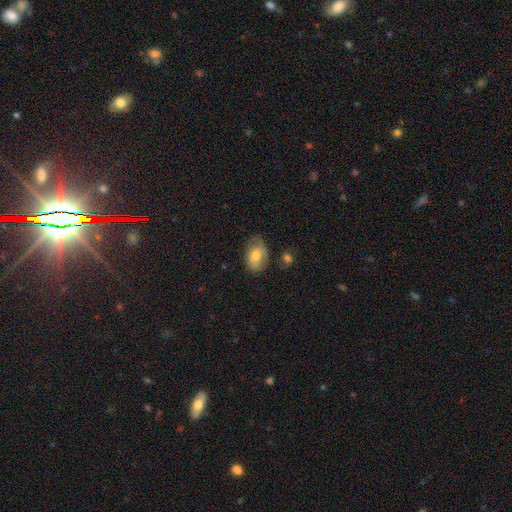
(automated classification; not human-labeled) Overall: smooth (69%). How rounded: in between (80%). Merging: none (56%; minor disturbance 30%).